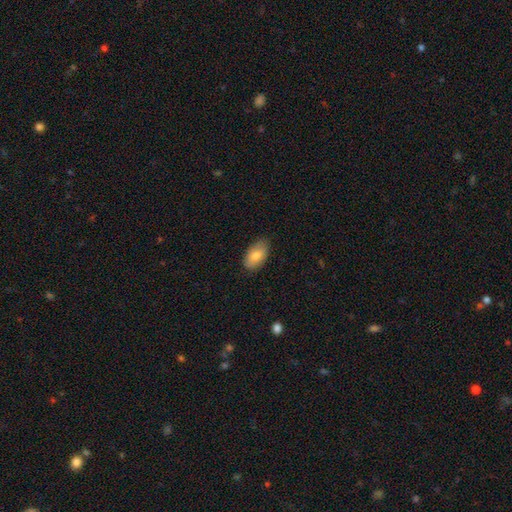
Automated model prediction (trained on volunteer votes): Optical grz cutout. It shows a smooth galaxy with no disk features (80%) that is in between round and cigar-shaped (94%). Merging: none (83%).